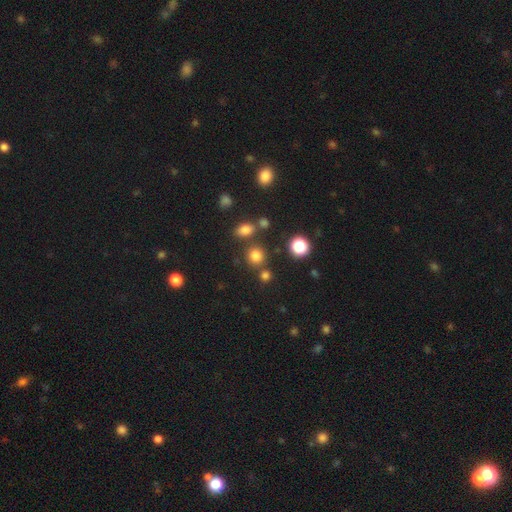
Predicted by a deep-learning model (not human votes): smooth_or_featured: smooth (p=0.77) [alt: star or artifact p=0.17]
how_rounded: round (p=0.87) [alt: in between p=0.12]
merging: none (p=0.78) [alt: merger p=0.10]